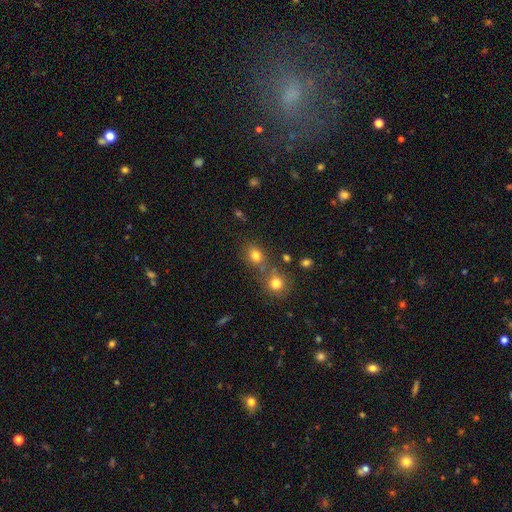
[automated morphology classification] Smooth or featured: smooth — 77% (star or artifact — 14%)
How rounded: round — 51% (in between — 47%)
Merging: none — 57% (merger — 24%)